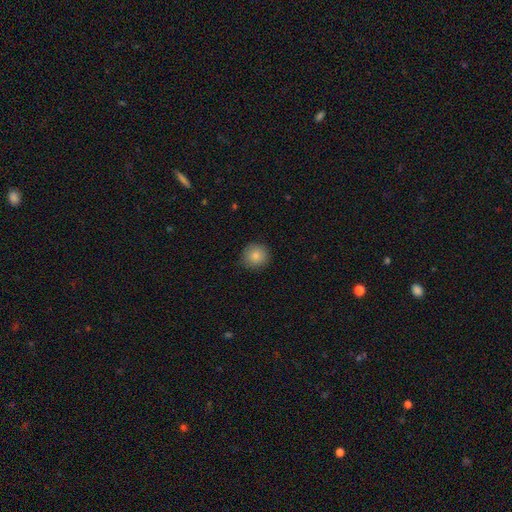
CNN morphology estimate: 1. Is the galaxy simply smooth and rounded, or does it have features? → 85% smooth, 9% star or artifact, 6% featured or disk.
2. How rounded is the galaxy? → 92% round, 7% in between, 1% cigar-shaped.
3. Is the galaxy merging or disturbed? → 87% none, 10% minor disturbance, 2% major disturbance, 1% merger.